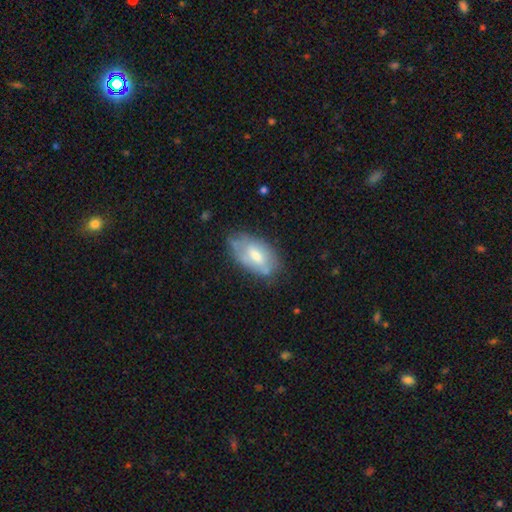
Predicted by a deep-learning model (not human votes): Q: Smooth or featured?
A: featured or disk (47%); runner-up: smooth (46%)
Q: Merging?
A: none (58%); runner-up: minor disturbance (30%)